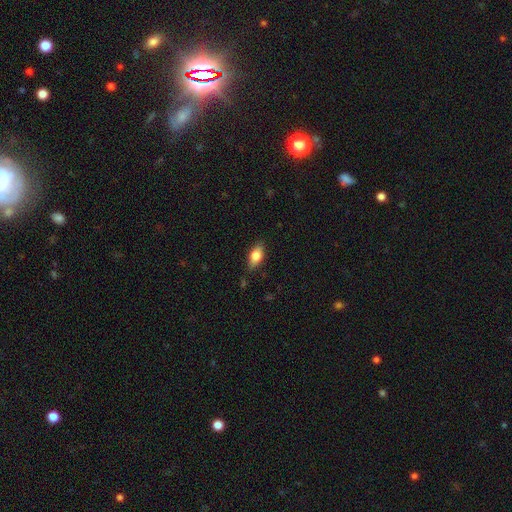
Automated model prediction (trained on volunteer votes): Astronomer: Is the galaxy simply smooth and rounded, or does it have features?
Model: smooth — 72%.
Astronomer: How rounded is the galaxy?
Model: in between — 83%.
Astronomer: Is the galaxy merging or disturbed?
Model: none — 81%.